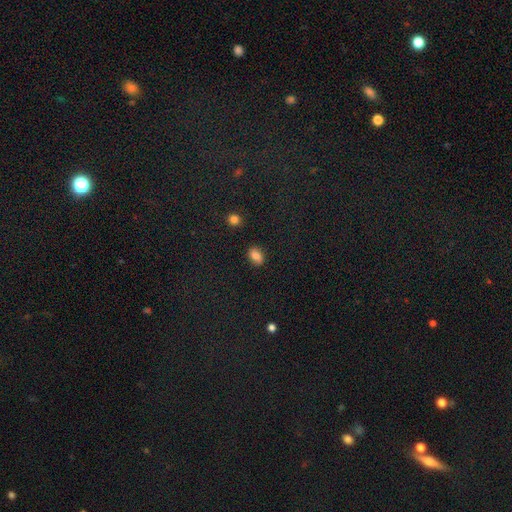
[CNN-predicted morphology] smooth_or_featured: smooth (p=0.81) [alt: star or artifact p=0.11]
how_rounded: in between (p=0.81) [alt: round p=0.17]
merging: none (p=0.84) [alt: minor disturbance p=0.12]